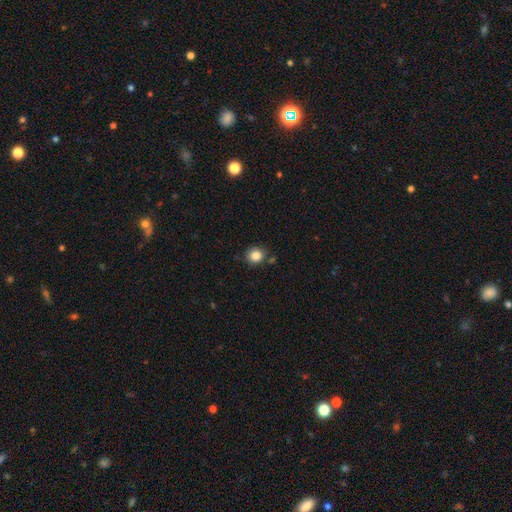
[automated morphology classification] smooth 85%, star or artifact 11%, featured or disk 5%. Down the decision tree: how rounded — round (84%); merging — none (81%).